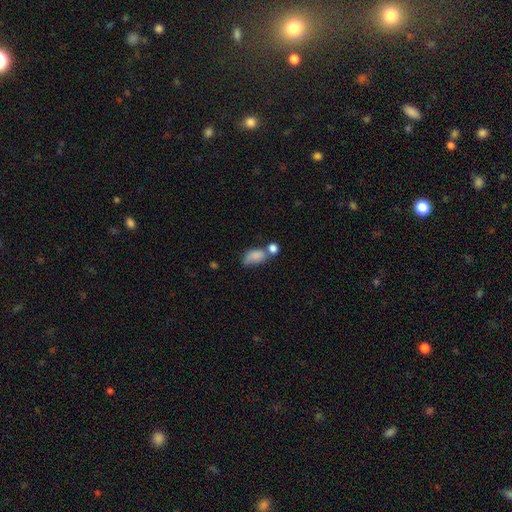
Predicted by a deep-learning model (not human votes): Smooth or featured: smooth — 78% (featured or disk — 13%)
How rounded: in between — 85% (round — 12%)
Merging: merger — 39% (none — 27%)